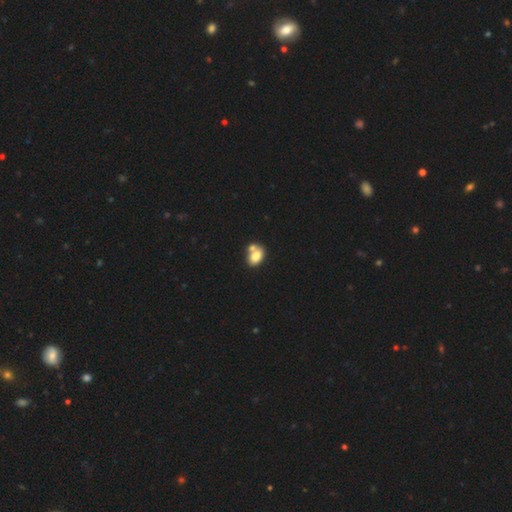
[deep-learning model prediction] Smooth or featured?
  - smooth: 79% *
  - featured or disk: 12%
  - star or artifact: 9%
How rounded?
  - in between: 81% *
  - round: 18%
  - cigar-shaped: 1%
Merging?
  - merger: 47% *
  - none: 39%
  - minor disturbance: 11%
  - major disturbance: 4%